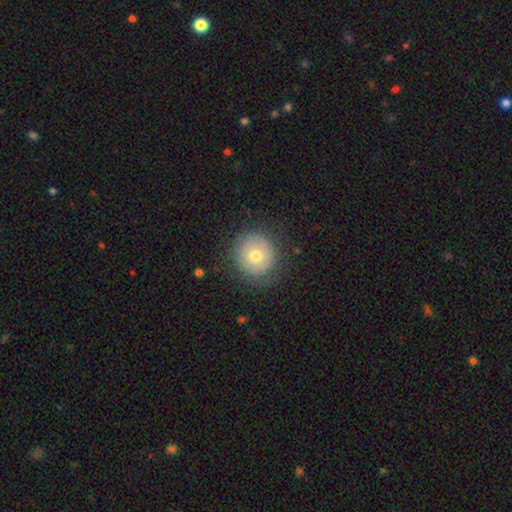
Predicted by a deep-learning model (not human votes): This appears to be a smooth galaxy with no disk features (70%) that is round (91%). Merging: none (83%).